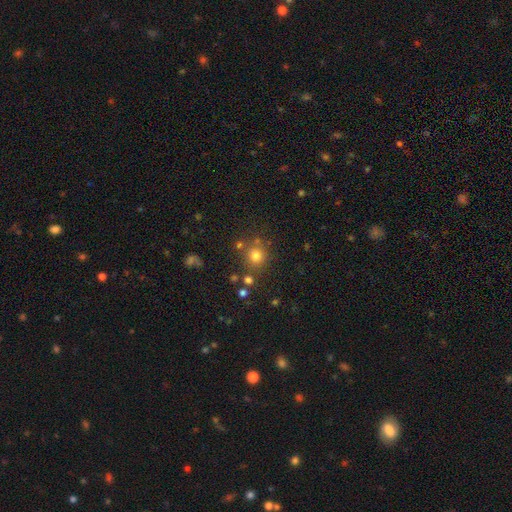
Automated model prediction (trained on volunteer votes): The model was most divided on "smooth or featured": smooth: 76%, star or artifact: 17%, featured or disk: 8%. More confident: how rounded — round (89%); merging — none (77%).